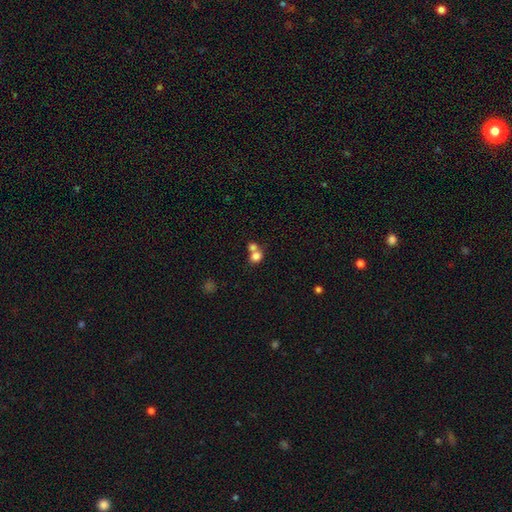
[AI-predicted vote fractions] This appears to be a smooth galaxy with no disk features (79%) that is round (62%). Merging: merger (55%).